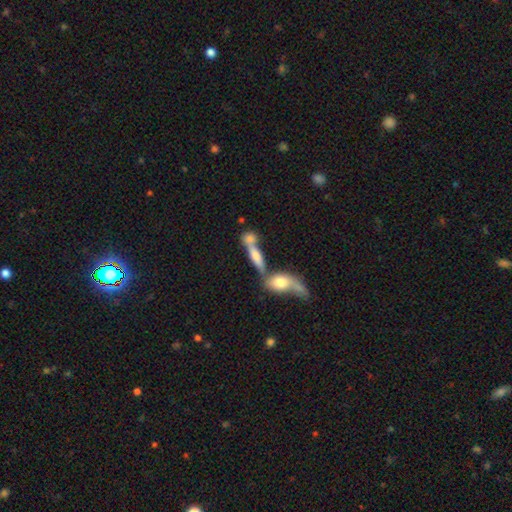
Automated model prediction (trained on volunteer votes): smooth_or_featured: smooth (p=0.54) [alt: featured or disk p=0.36]
how_rounded: cigar-shaped (p=0.51) [alt: in between p=0.42]
merging: merger (p=0.56) [alt: none p=0.27]